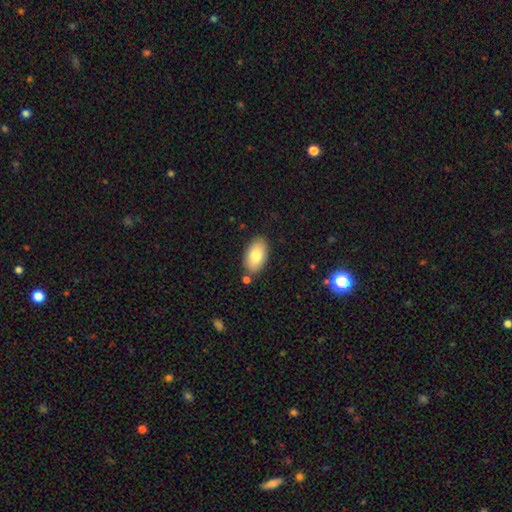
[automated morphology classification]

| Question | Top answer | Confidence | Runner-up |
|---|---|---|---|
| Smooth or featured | smooth | 81% | featured or disk (12%) |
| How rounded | in between | 94% | round (4%) |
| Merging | none | 82% | minor disturbance (11%) |